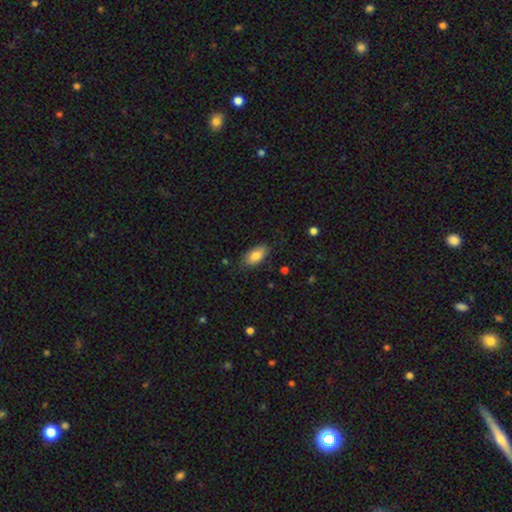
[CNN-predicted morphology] This appears to be a smooth galaxy with no disk features (82%) that is in between round and cigar-shaped (91%). Merging: none (78%).